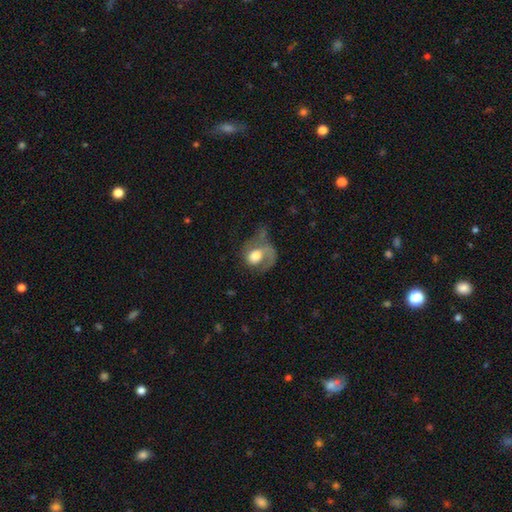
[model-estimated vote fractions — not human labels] Smooth or featured: featured or disk — 52% (smooth — 41%)
Edge-on disk: no — 97% (yes — 3%)
Bar: no — 75% (weak — 20%)
Spiral arms: yes — 73% (no — 27%)
Bulge size: large — 43% (moderate — 41%)
Merging: major disturbance — 49% (none — 26%)